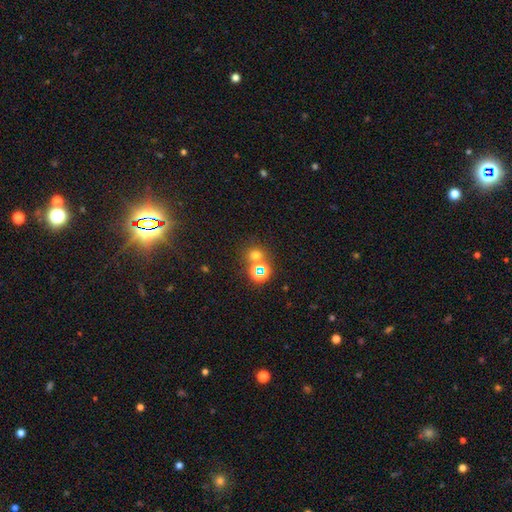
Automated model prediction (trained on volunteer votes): smooth 57%, star or artifact 35%, featured or disk 8%. Down the decision tree: how rounded — round (87%); merging — none (68%).